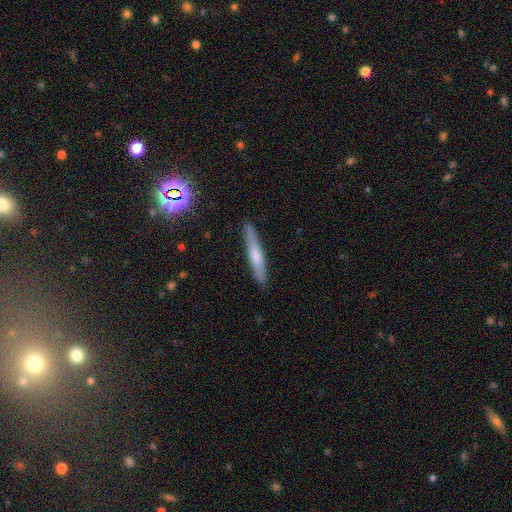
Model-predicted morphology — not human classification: Smooth or featured?
  - smooth: 50% *
  - featured or disk: 41%
  - star or artifact: 9%
How rounded?
  - cigar-shaped: 93% *
  - in between: 6%
  - round: 2%
Merging?
  - none: 89% *
  - minor disturbance: 8%
  - major disturbance: 2%
  - merger: 1%